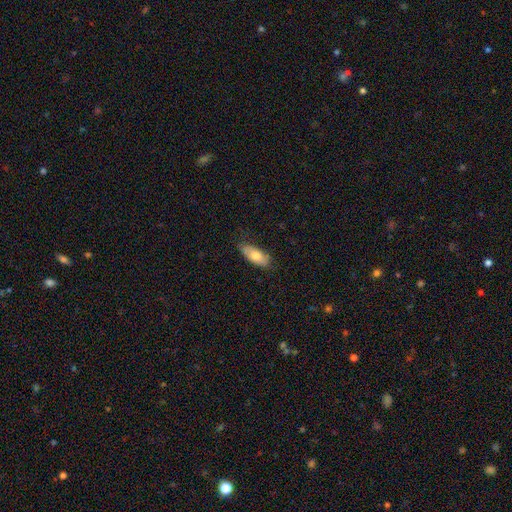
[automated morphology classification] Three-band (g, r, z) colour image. It shows a smooth galaxy with no disk features (75%) that is in between round and cigar-shaped (81%). Merging: none (79%).